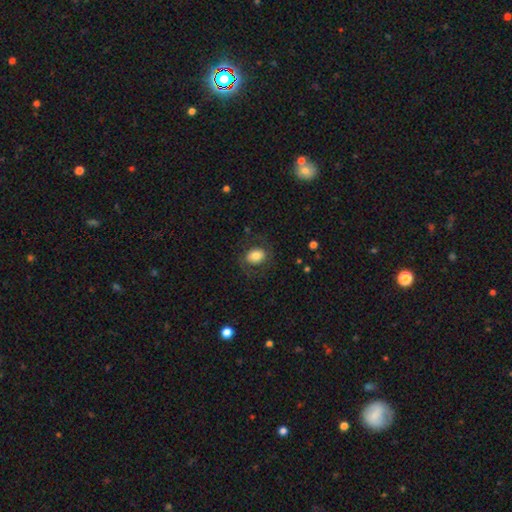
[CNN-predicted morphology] Overall: smooth (74%). How rounded: in between (59%; round 40%). Merging: none (75%).